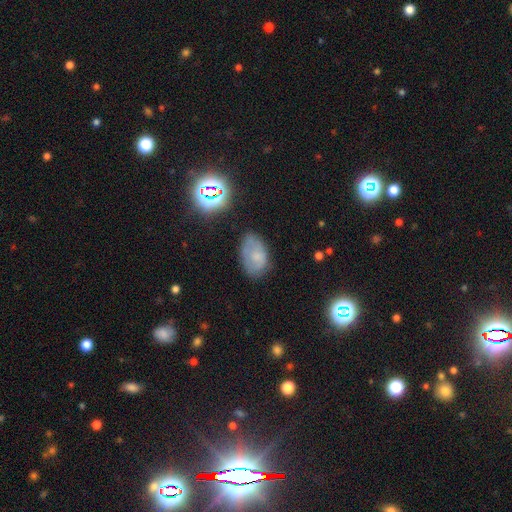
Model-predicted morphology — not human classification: smooth_or_featured: smooth (p=0.61) [alt: featured or disk p=0.26]
how_rounded: in between (p=0.89) [alt: round p=0.10]
merging: none (p=0.63) [alt: minor disturbance p=0.26]